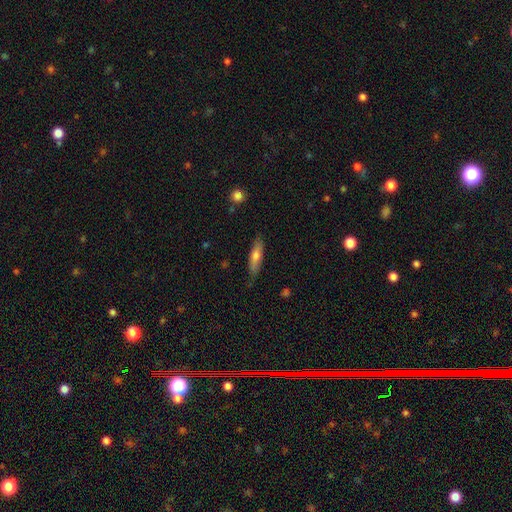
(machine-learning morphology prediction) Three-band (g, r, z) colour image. It shows a smooth galaxy with no disk features (58%) that is cigar-shaped (76%). Merging: none (80%).